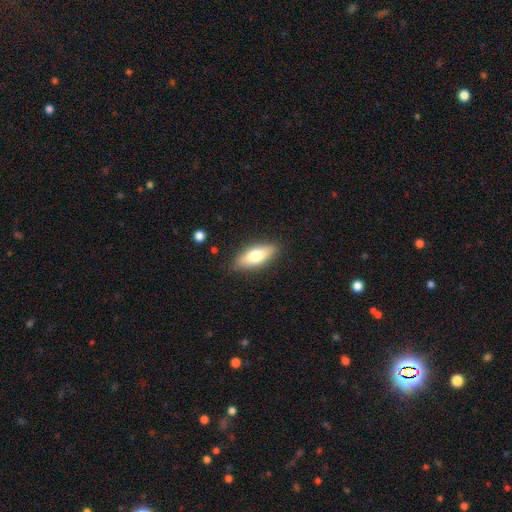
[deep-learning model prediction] Smooth or featured?
  - smooth: 69% *
  - featured or disk: 24%
  - star or artifact: 6%
How rounded?
  - in between: 69% *
  - cigar-shaped: 28%
  - round: 3%
Merging?
  - none: 86% *
  - minor disturbance: 10%
  - major disturbance: 2%
  - merger: 1%